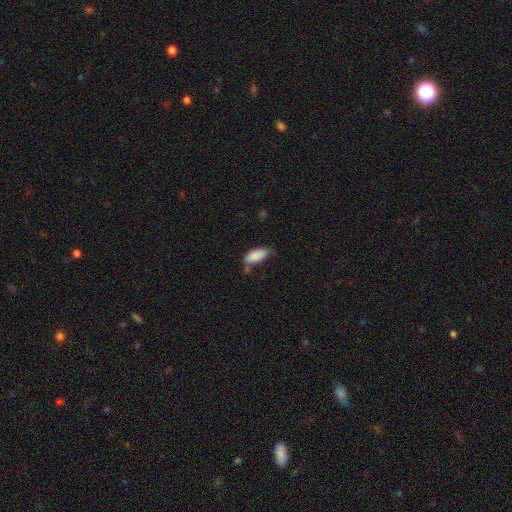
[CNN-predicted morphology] smooth_or_featured: smooth (p=0.85) [alt: featured or disk p=0.08]
how_rounded: in between (p=0.88) [alt: cigar-shaped p=0.10]
merging: none (p=0.47) [alt: minor disturbance p=0.33]